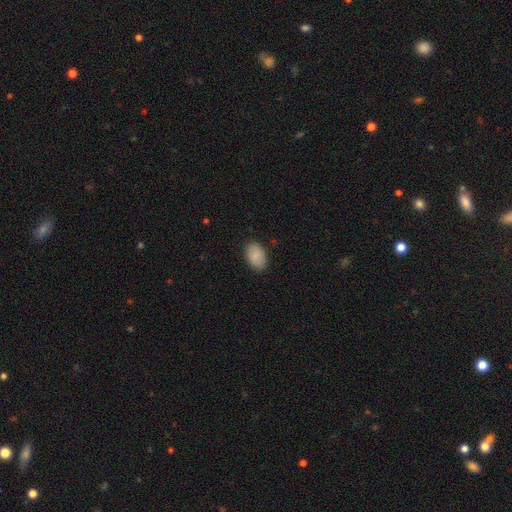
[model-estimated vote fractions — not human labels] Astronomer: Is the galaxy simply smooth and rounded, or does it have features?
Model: smooth — 87%.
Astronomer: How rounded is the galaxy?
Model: in between — 88%.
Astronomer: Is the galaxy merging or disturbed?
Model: none — 86%.